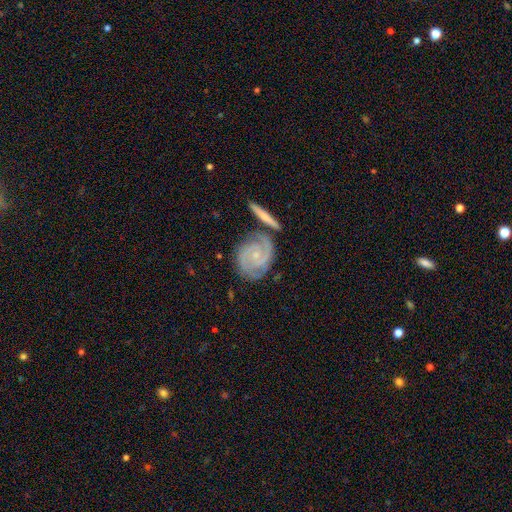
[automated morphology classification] smooth-or-featured: featured or disk: 88% | smooth: 7% | star or artifact: 5%
  disk-edge-on: no: 96% | yes: 4%
    bar: no: 69% | weak: 25% | strong: 6%
    has-spiral-arms: yes: 98% | no: 2%
      spiral-winding: tight: 66% | medium: 29% | loose: 5%
      spiral-arm-count: 2: 61% | 3: 19% | can't tell: 10% | 4: 4% | 1: 3% | more than 4: 3%
    bulge-size: small: 78% | moderate: 16% | none: 4% | large: 1% | dominant: 1%
  merging: none: 66% | minor disturbance: 16% | merger: 13% | major disturbance: 6%